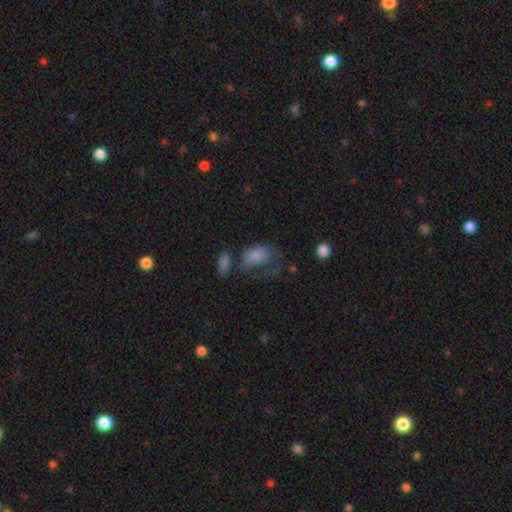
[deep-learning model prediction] smooth_or_featured: smooth (p=0.61) [alt: featured or disk p=0.25]
how_rounded: in between (p=0.81) [alt: round p=0.17]
merging: major disturbance (p=0.43) [alt: none p=0.26]